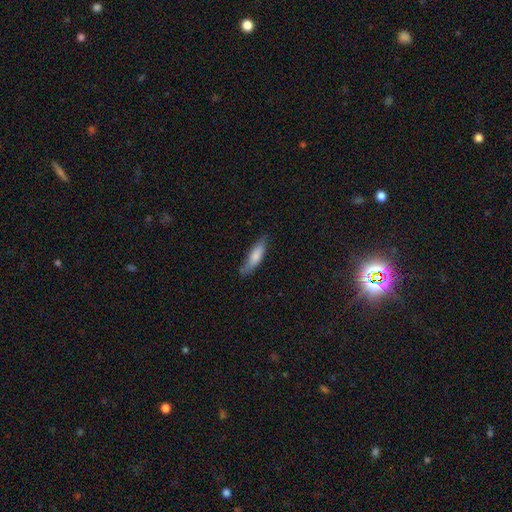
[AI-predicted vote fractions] A smooth galaxy with no disk features (77%) that is cigar-shaped (60%). Merging: none (70%).